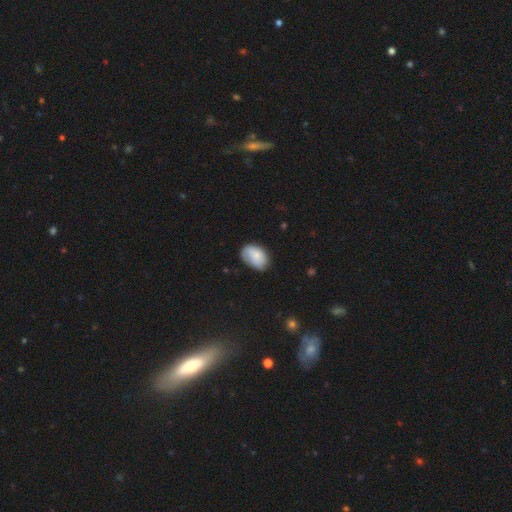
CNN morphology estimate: Smooth or featured: smooth — 75% (featured or disk — 18%)
How rounded: in between — 88% (round — 11%)
Merging: none — 62% (minor disturbance — 29%)